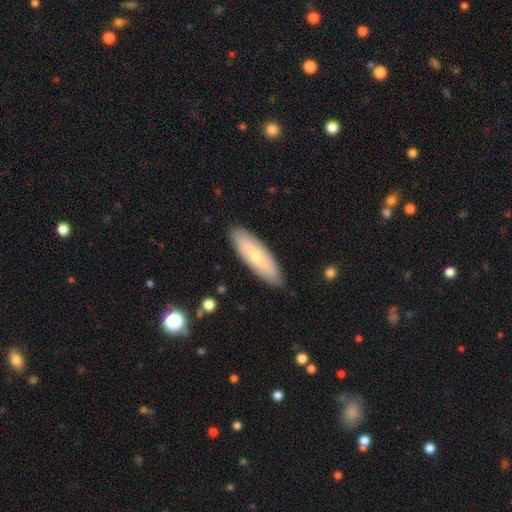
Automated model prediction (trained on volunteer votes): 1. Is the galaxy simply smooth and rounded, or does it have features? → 55% smooth, 39% featured or disk, 6% star or artifact.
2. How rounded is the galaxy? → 51% cigar-shaped, 47% in between, 2% round.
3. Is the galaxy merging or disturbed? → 86% none, 11% minor disturbance, 2% major disturbance, 1% merger.